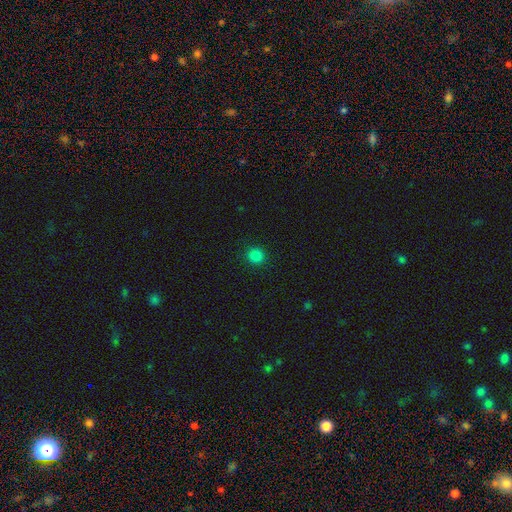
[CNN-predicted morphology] Smooth or featured?
  - smooth: 83% *
  - star or artifact: 13%
  - featured or disk: 3%
How rounded?
  - round: 92% *
  - in between: 7%
  - cigar-shaped: 1%
Merging?
  - none: 92% *
  - minor disturbance: 5%
  - major disturbance: 2%
  - merger: 1%